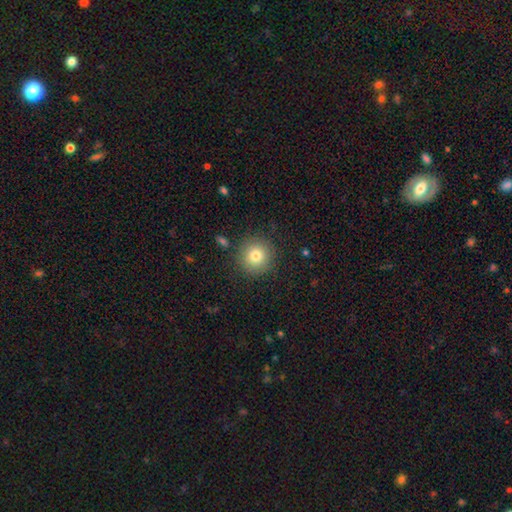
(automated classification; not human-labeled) Overall: smooth (79%). How rounded: round (94%). Merging: none (88%).